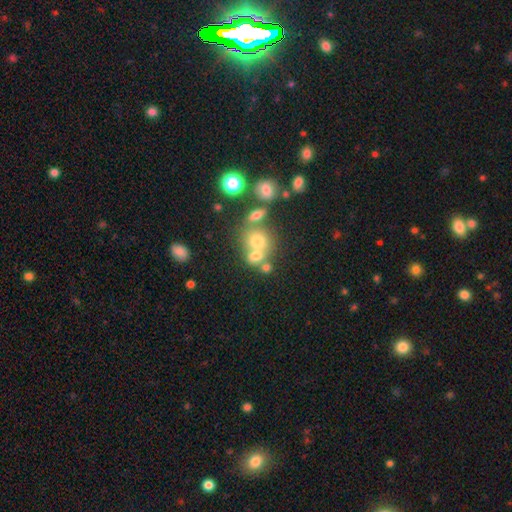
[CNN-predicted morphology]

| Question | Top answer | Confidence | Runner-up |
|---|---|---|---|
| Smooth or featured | smooth | 68% | featured or disk (16%) |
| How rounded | round | 68% | in between (30%) |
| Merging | merger | 46% | none (39%) |